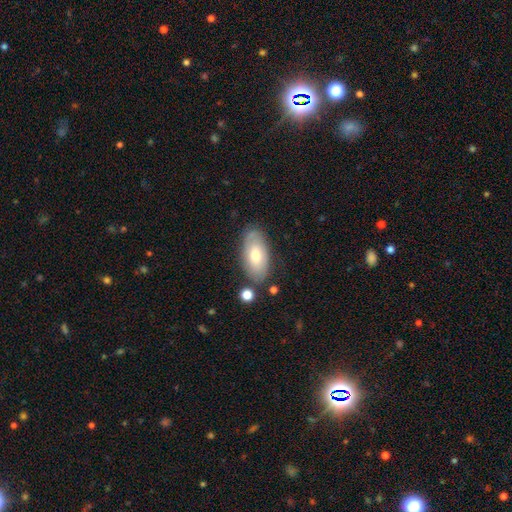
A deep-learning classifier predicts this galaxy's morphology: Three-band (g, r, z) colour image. It shows a smooth galaxy with no disk features (58%) that is in between round and cigar-shaped (91%). Merging: none (76%).